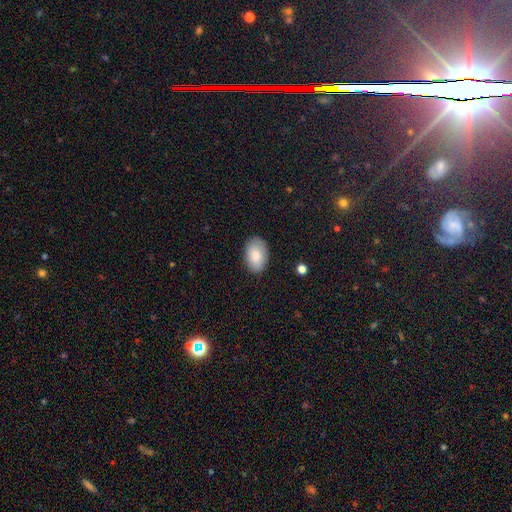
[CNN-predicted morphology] Overall: smooth (83%). How rounded: in between (90%). Merging: none (84%).